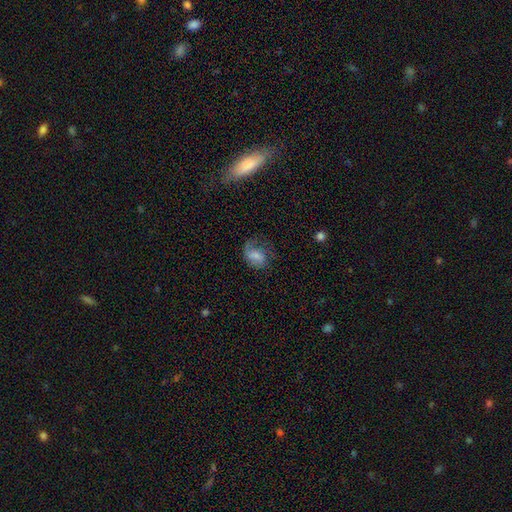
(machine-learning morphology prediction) type=smooth (53%); roundness=in between (67%); merging=none (43%).